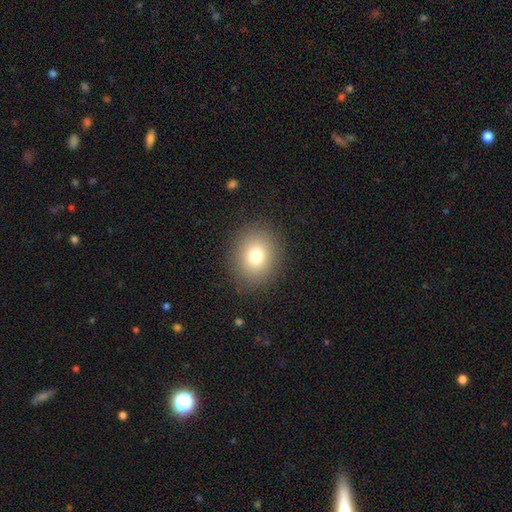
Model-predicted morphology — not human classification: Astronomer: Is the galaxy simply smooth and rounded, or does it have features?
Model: smooth — 77%.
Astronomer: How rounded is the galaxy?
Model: round — 69%.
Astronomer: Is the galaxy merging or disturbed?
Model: none — 87%.